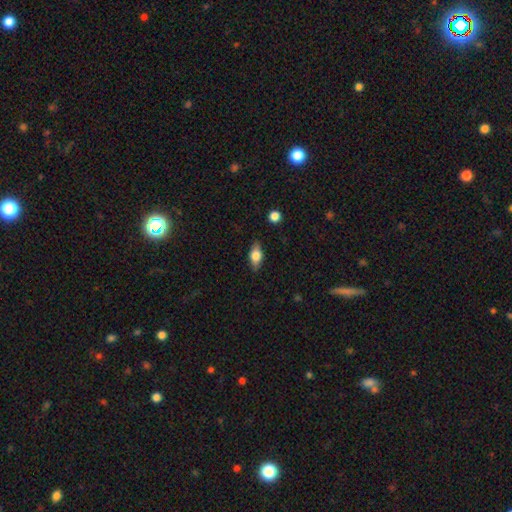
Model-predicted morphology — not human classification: This appears to be a smooth galaxy with no disk features (67%) that is in between round and cigar-shaped (83%). Merging: none (84%).